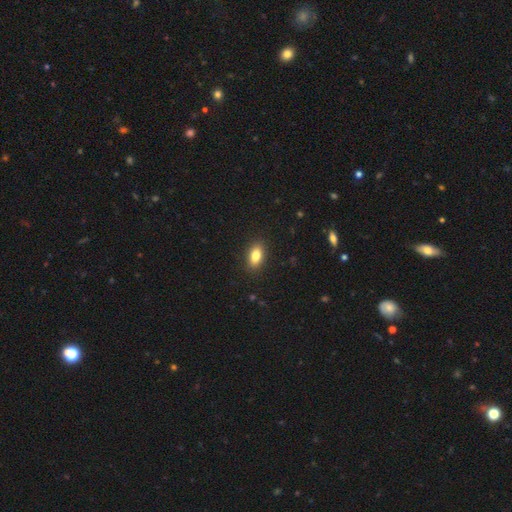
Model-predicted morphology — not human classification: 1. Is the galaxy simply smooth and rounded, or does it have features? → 82% smooth, 9% featured or disk, 8% star or artifact.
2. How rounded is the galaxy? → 87% in between, 7% round, 5% cigar-shaped.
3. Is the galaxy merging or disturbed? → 89% none, 8% minor disturbance, 2% major disturbance, 1% merger.